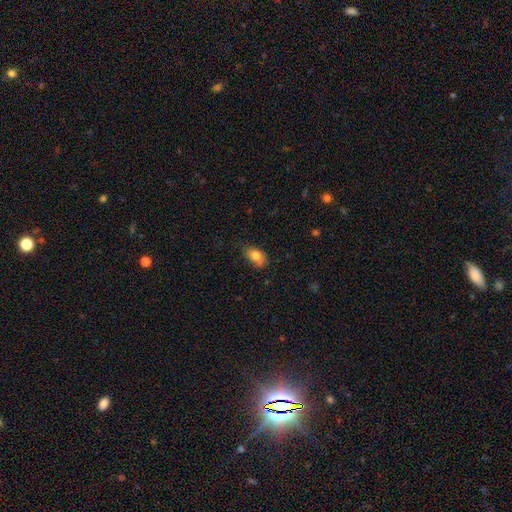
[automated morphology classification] A smooth galaxy with no disk features (81%) that is in between round and cigar-shaped (88%). Merging: none (62%).